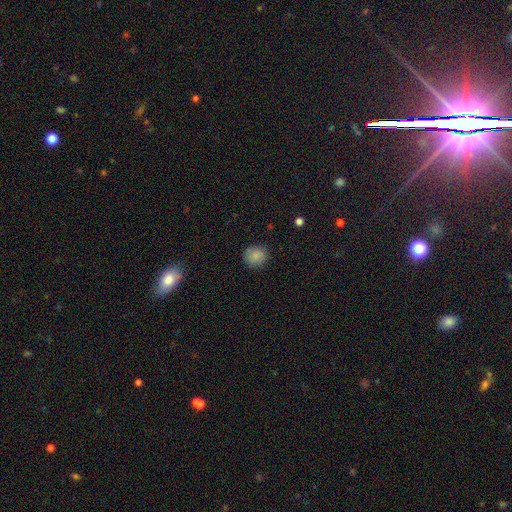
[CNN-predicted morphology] The model was most divided on "how rounded": round: 85%, in between: 14%, cigar-shaped: 1%. More confident: smooth or featured — smooth (86%); merging — none (85%).